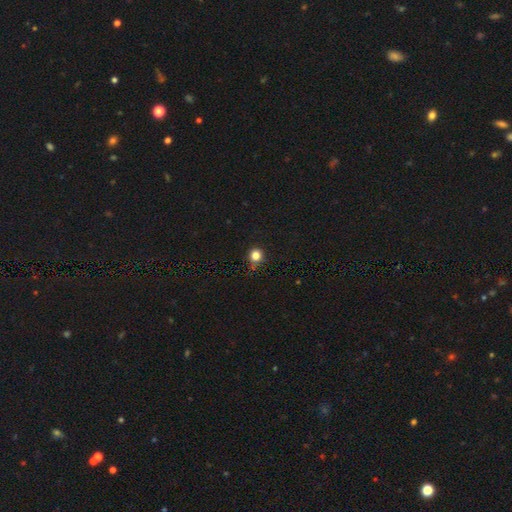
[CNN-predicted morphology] This appears to be a smooth galaxy with no disk features (82%) that is round (90%). Merging: none (82%).